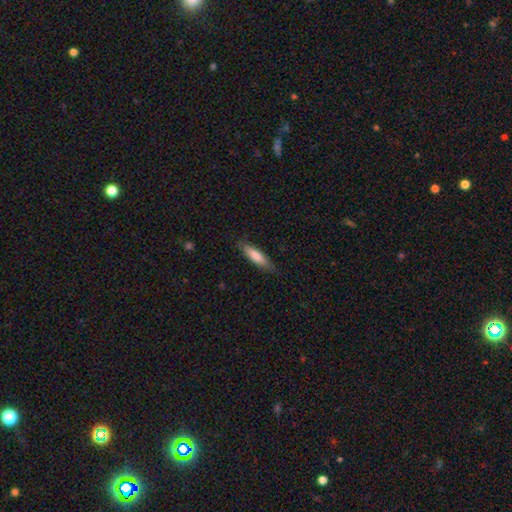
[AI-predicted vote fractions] Smooth or featured? smooth (79%)
How rounded? cigar-shaped (66%)
Merging? none (82%)